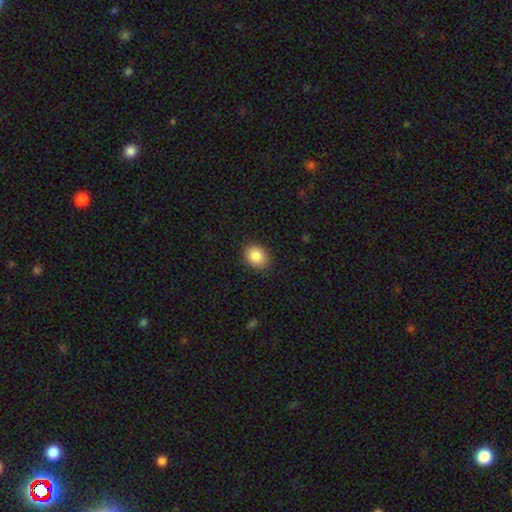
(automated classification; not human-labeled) Smooth or featured? smooth (87%)
How rounded? in between (54%)
Merging? none (86%)